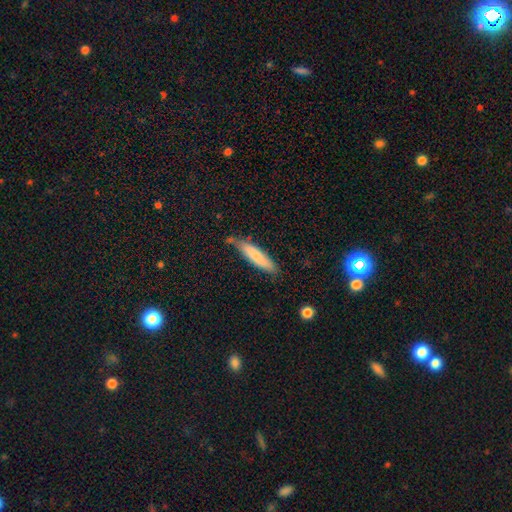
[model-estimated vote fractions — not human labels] A smooth galaxy with no disk features (75%) that is cigar-shaped (83%).

Vote fractions:
- Smooth or featured? smooth: 75% / featured or disk: 19% / star or artifact: 6%
- How rounded? cigar-shaped: 83% / in between: 16% / round: 1%
- Merging? none: 69% / minor disturbance: 23% / merger: 4% / major disturbance: 4%